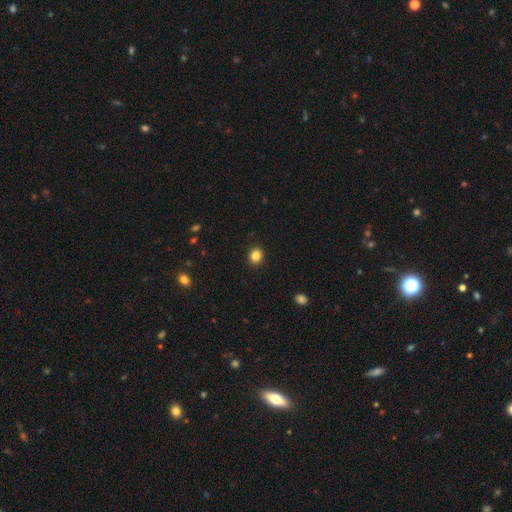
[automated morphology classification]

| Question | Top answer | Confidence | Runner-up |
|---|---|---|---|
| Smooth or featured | smooth | 85% | star or artifact (11%) |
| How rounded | round | 74% | in between (25%) |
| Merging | none | 92% | minor disturbance (5%) |